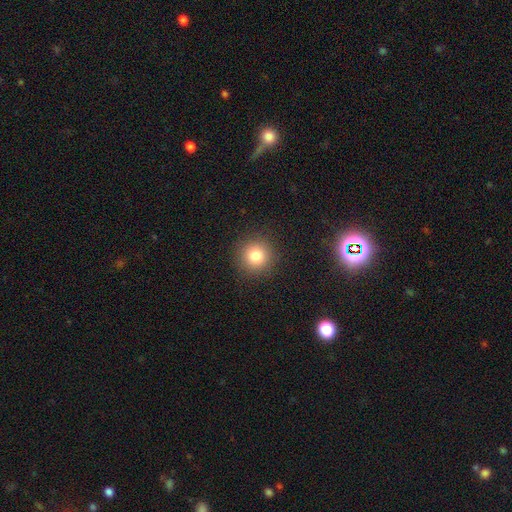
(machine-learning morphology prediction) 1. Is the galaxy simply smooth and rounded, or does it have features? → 81% smooth, 12% star or artifact, 7% featured or disk.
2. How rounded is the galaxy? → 94% round, 5% in between, 1% cigar-shaped.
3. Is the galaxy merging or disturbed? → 91% none, 6% minor disturbance, 2% major disturbance, 1% merger.